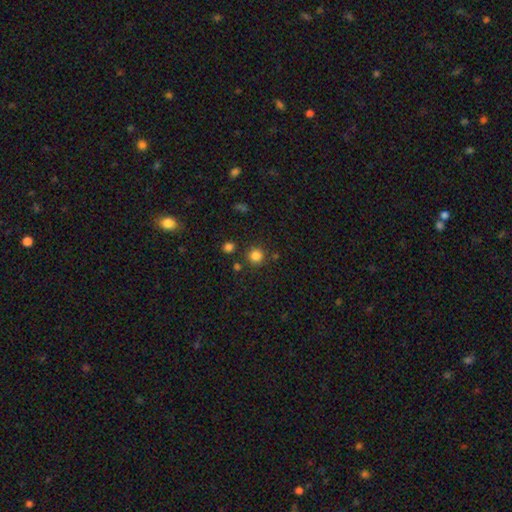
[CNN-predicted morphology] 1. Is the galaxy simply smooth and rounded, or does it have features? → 83% smooth, 13% star or artifact, 4% featured or disk.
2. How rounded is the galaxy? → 92% round, 7% in between, 1% cigar-shaped.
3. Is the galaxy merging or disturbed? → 82% none, 8% minor disturbance, 6% merger, 3% major disturbance.